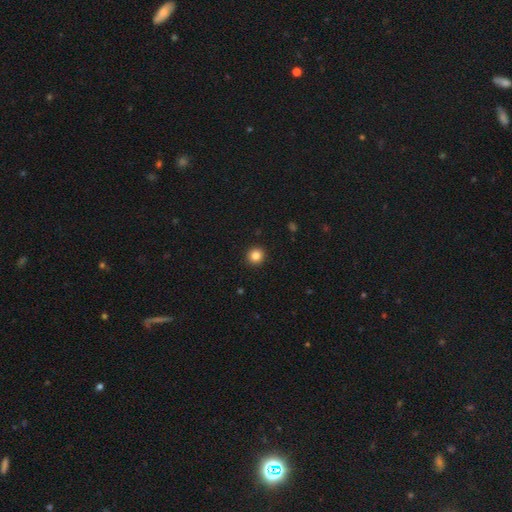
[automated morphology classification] smooth 84%, star or artifact 11%, featured or disk 5%. Down the decision tree: how rounded — round (94%); merging — none (93%).